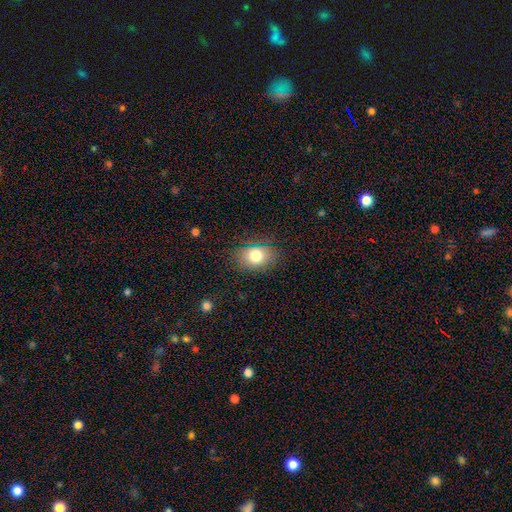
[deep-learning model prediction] smooth-or-featured: smooth: 77% | featured or disk: 12% | star or artifact: 12%
  how-rounded: in between: 65% | round: 34% | cigar-shaped: 1%
  merging: none: 81% | minor disturbance: 13% | major disturbance: 4% | merger: 1%